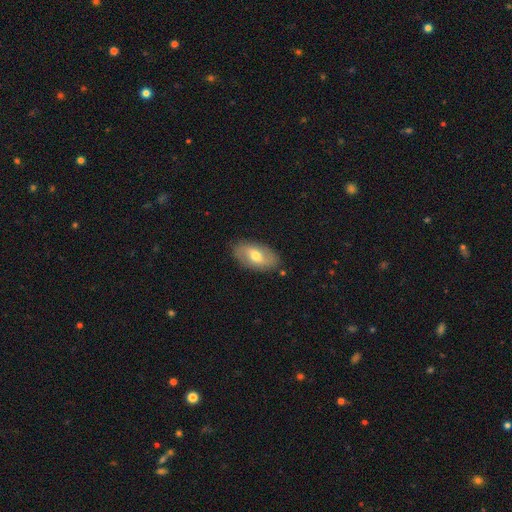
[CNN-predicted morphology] Smooth or featured? smooth (51%)
How rounded? in between (92%)
Merging? none (84%)